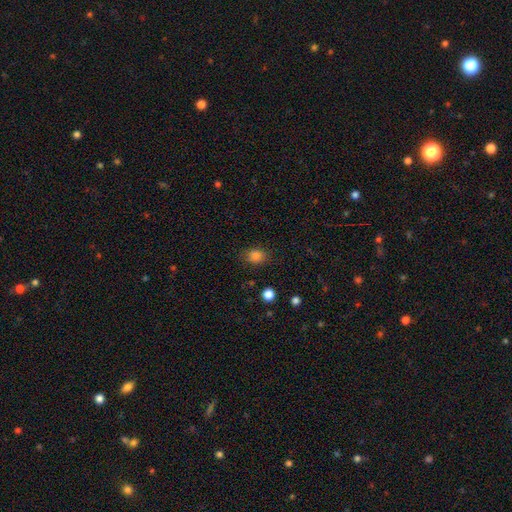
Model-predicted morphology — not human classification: smooth_or_featured: smooth (p=0.83) [alt: star or artifact p=0.12]
how_rounded: in between (p=0.53) [alt: round p=0.46]
merging: none (p=0.81) [alt: minor disturbance p=0.13]